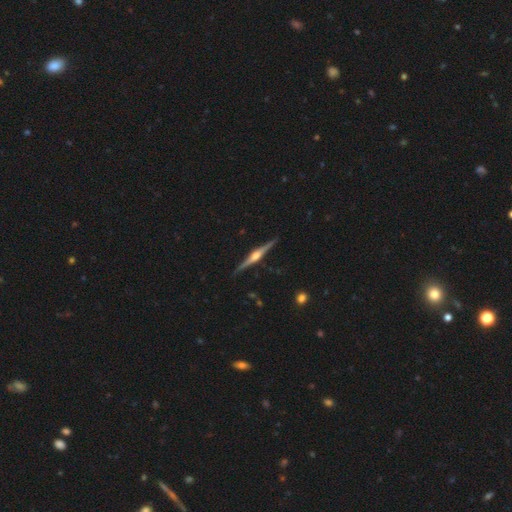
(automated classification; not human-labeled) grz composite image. It shows a featured or disk galaxy (85%) viewed edge-on (99%) with a rounded central bulge (90%). Merging: none (91%).